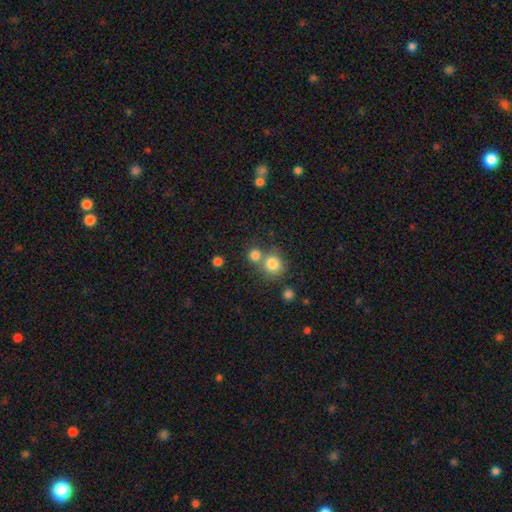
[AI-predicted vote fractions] Smooth or featured: smooth — 79% (star or artifact — 13%)
How rounded: round — 86% (in between — 13%)
Merging: none — 54% (merger — 35%)